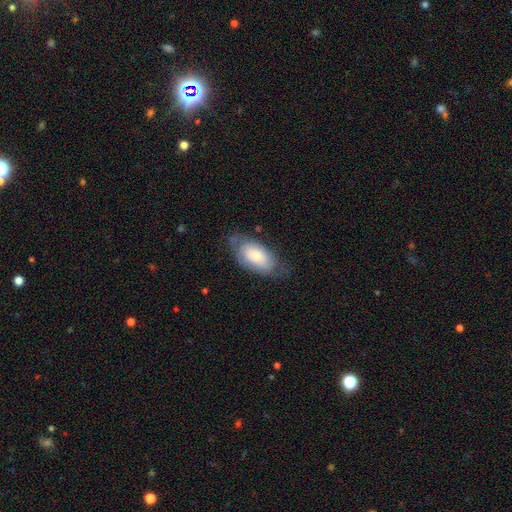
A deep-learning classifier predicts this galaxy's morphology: type=smooth (63%); roundness=in between (93%); merging=none (63%).